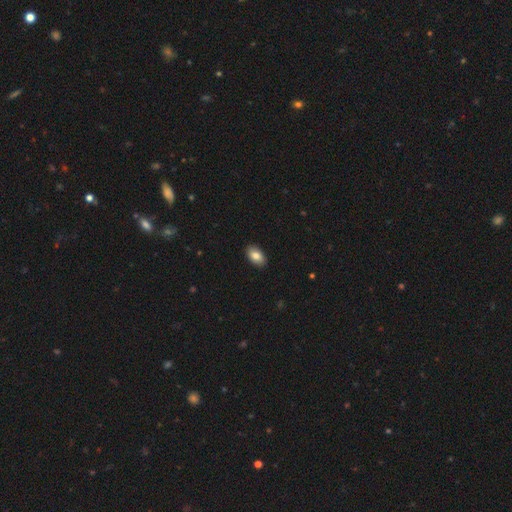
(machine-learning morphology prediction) A smooth galaxy with no disk features (84%) that is in between round and cigar-shaped (94%).

Vote fractions:
- Smooth or featured? smooth: 84% / featured or disk: 9% / star or artifact: 7%
- How rounded? in between: 94% / round: 5% / cigar-shaped: 2%
- Merging? none: 90% / minor disturbance: 8% / major disturbance: 2% / merger: 1%